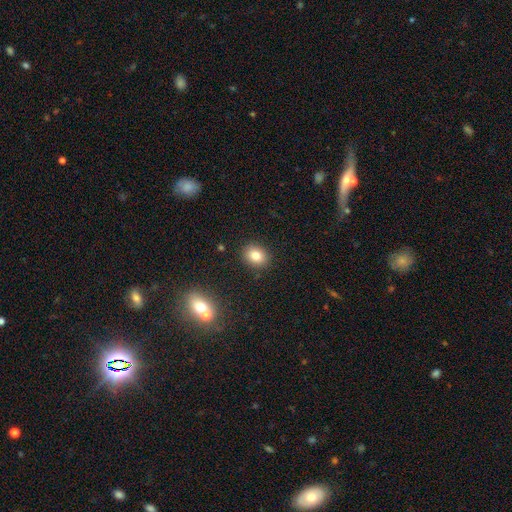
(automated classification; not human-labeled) The model was most divided on "how rounded": round: 52%, in between: 47%, cigar-shaped: 1%. More confident: merging — none (88%); smooth or featured — smooth (81%).